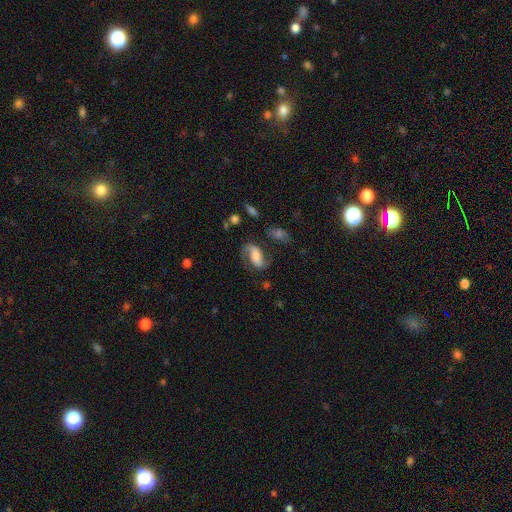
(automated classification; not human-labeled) Overall: featured or disk (75%). Edge-on disk: no (96%). Bar: weak (37%; no 33%). Spiral arms: yes (94%). Spiral arm count: 2 (87%). Spiral winding: medium (44%; loose 42%). Bulge size: moderate (39%; small 26%). Merging: none (65%).